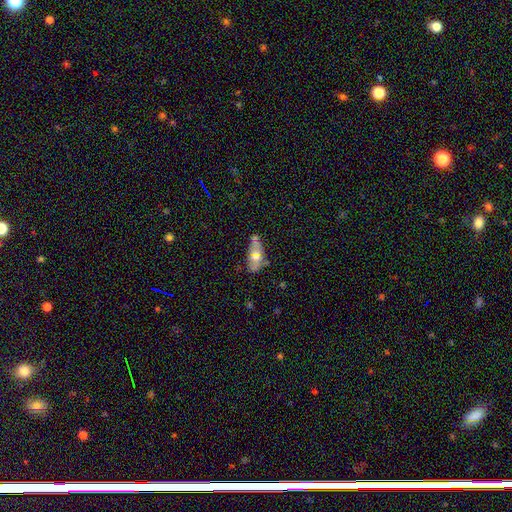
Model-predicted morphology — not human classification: This appears to be a smooth galaxy with no disk features (58%) that is in between round and cigar-shaped (84%). Merging: none (46%).